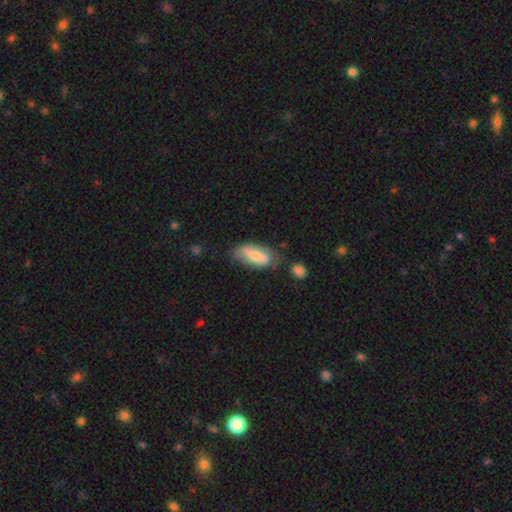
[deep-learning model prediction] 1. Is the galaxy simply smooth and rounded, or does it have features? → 64% smooth, 30% featured or disk, 6% star or artifact.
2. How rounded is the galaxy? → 85% in between, 13% cigar-shaped, 3% round.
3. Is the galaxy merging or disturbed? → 58% none, 26% minor disturbance, 9% major disturbance, 8% merger.